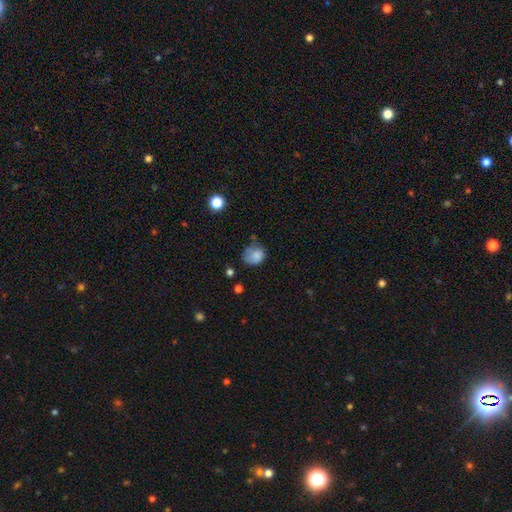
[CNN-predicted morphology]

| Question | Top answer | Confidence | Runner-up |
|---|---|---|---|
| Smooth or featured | smooth | 80% | featured or disk (11%) |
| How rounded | round | 62% | in between (37%) |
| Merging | none | 40% | minor disturbance (36%) |